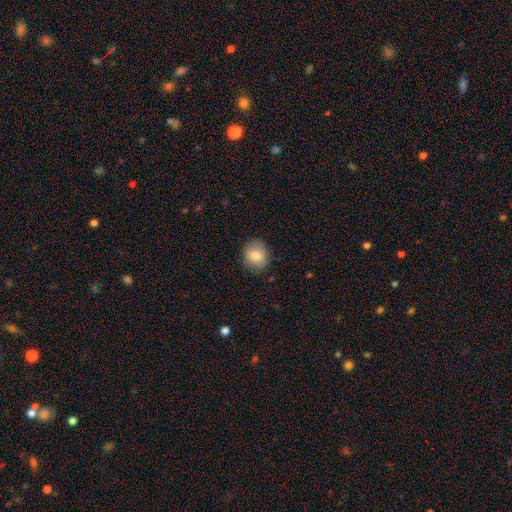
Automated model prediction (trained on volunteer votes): smooth-or-featured: smooth: 79% | featured or disk: 12% | star or artifact: 9%
  how-rounded: round: 68% | in between: 31% | cigar-shaped: 1%
  merging: none: 85% | minor disturbance: 11% | major disturbance: 3% | merger: 1%